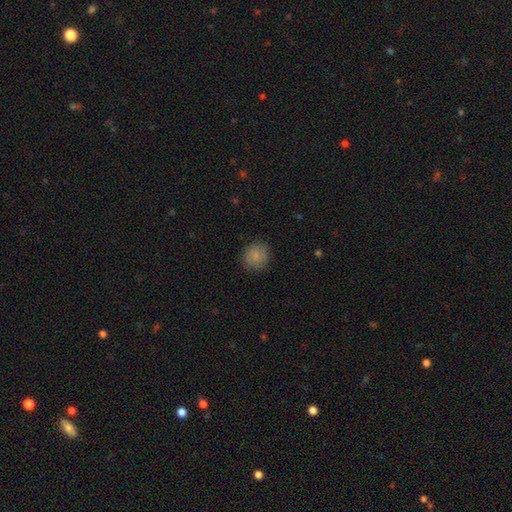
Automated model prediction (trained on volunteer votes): Overall: smooth (83%). How rounded: round (86%). Merging: none (86%).